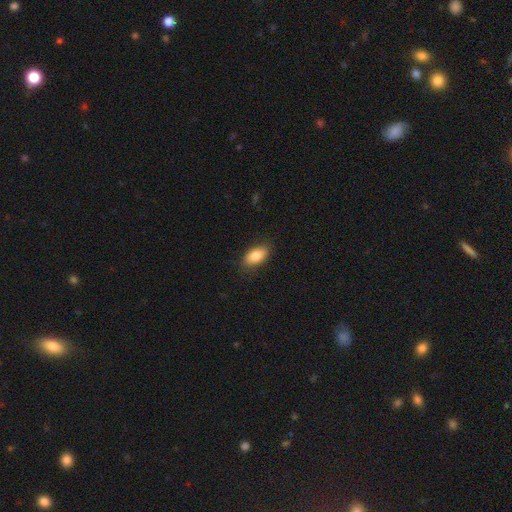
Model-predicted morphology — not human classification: This appears to be a smooth galaxy with no disk features (85%) that is in between round and cigar-shaped (91%). Merging: none (85%).